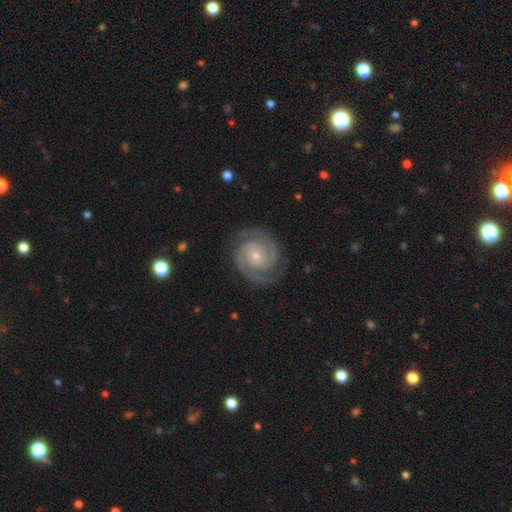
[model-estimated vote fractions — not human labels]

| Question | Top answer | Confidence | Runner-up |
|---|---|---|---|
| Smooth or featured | featured or disk | 92% | star or artifact (5%) |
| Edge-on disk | no | 98% | yes (2%) |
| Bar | no | 72% | weak (21%) |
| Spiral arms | yes | 98% | no (2%) |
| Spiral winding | tight | 72% | medium (25%) |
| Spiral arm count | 2 | 89% | 3 (4%) |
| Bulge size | small | 69% | moderate (26%) |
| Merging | none | 85% | minor disturbance (11%) |